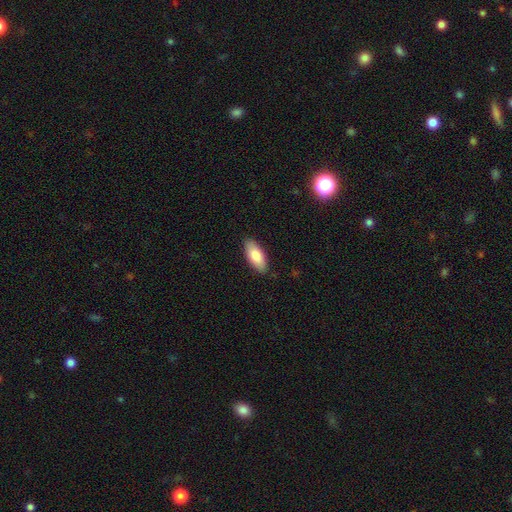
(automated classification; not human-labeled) A smooth galaxy with no disk features (82%) that is in between round and cigar-shaped (83%).

Vote fractions:
- Smooth or featured? smooth: 82% / featured or disk: 12% / star or artifact: 6%
- How rounded? in between: 83% / cigar-shaped: 15% / round: 2%
- Merging? none: 88% / minor disturbance: 10% / major disturbance: 2% / merger: 1%